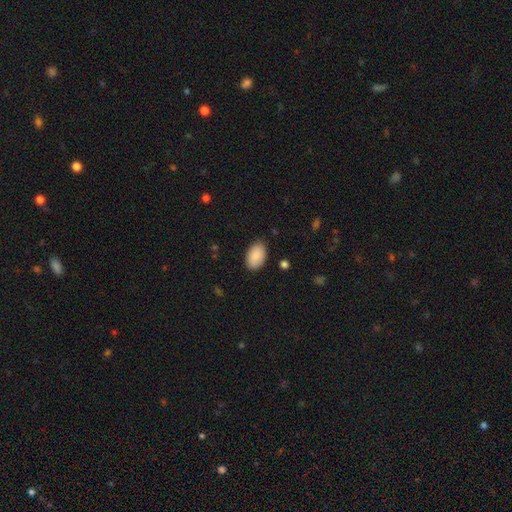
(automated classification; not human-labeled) Morphology: type=smooth (88%); roundness=in between (92%); merging=none (83%).